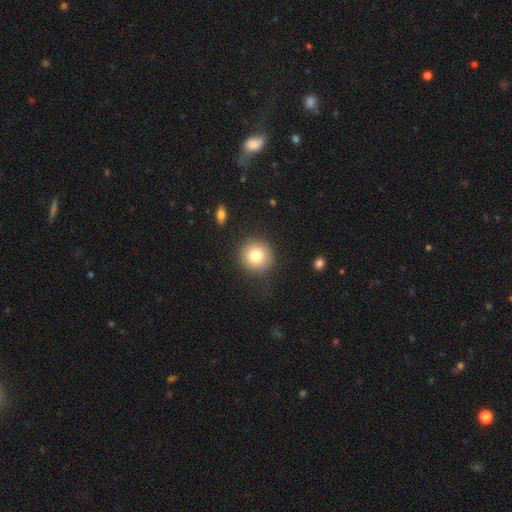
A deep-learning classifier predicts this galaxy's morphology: A smooth galaxy with no disk features (81%) that is round (92%).

Vote fractions:
- Smooth or featured? smooth: 81% / featured or disk: 10% / star or artifact: 9%
- How rounded? round: 92% / in between: 7% / cigar-shaped: 1%
- Merging? none: 87% / minor disturbance: 9% / major disturbance: 3% / merger: 2%